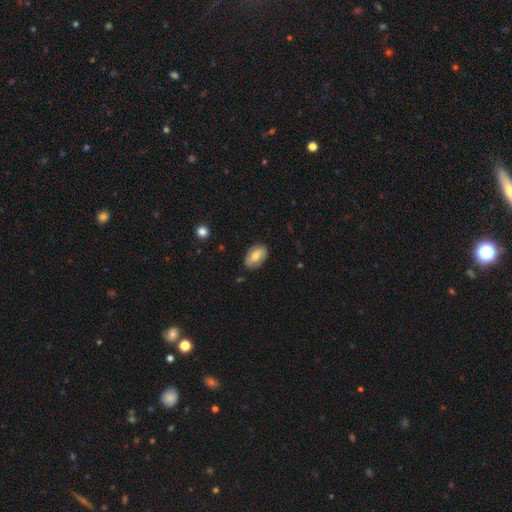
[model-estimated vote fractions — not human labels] The model was most divided on "smooth or featured": smooth: 58%, featured or disk: 35%, star or artifact: 7%. More confident: how rounded — in between (91%); merging — none (81%).